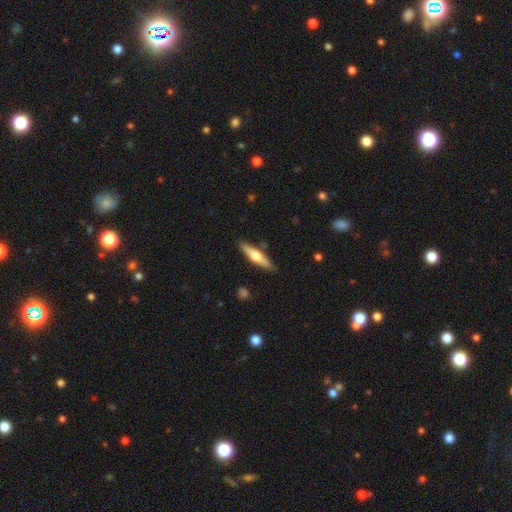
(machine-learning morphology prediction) Smooth or featured?
  - featured or disk: 50% *
  - smooth: 44%
  - star or artifact: 5%
Edge-on disk?
  - yes: 93% *
  - no: 7%
Merging?
  - none: 87% *
  - minor disturbance: 9%
  - merger: 2%
  - major disturbance: 2%